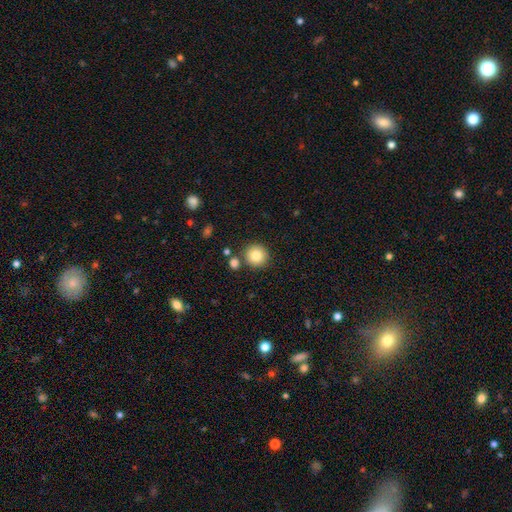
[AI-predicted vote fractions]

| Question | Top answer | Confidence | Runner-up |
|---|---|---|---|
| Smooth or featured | smooth | 83% | star or artifact (10%) |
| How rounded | round | 93% | in between (6%) |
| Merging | none | 84% | minor disturbance (7%) |